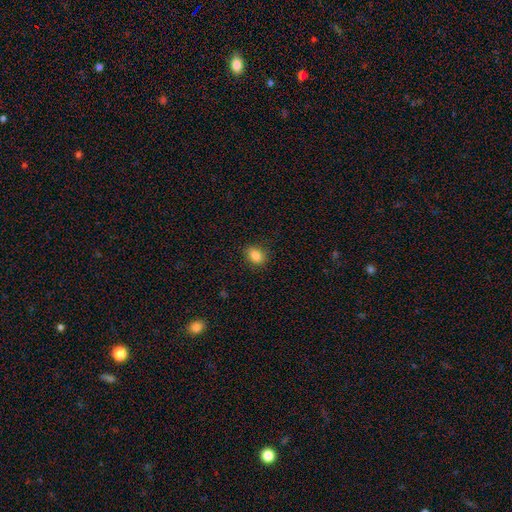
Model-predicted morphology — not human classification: Q: Smooth or featured?
A: smooth (86%); runner-up: star or artifact (9%)
Q: How rounded?
A: in between (68%); runner-up: round (30%)
Q: Merging?
A: none (86%); runner-up: minor disturbance (10%)